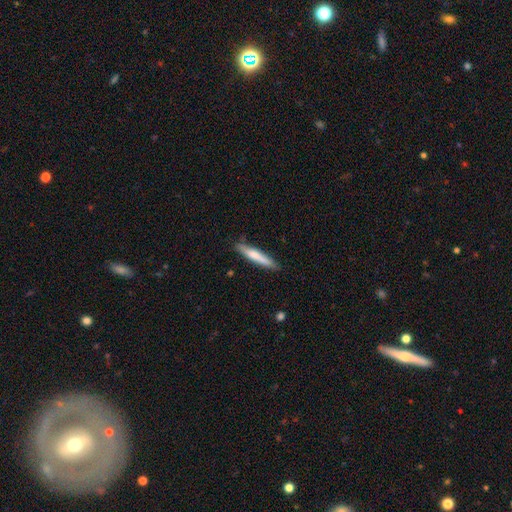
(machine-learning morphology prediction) Overall: smooth (66%; featured or disk 29%). How rounded: cigar-shaped (92%). Merging: none (85%).